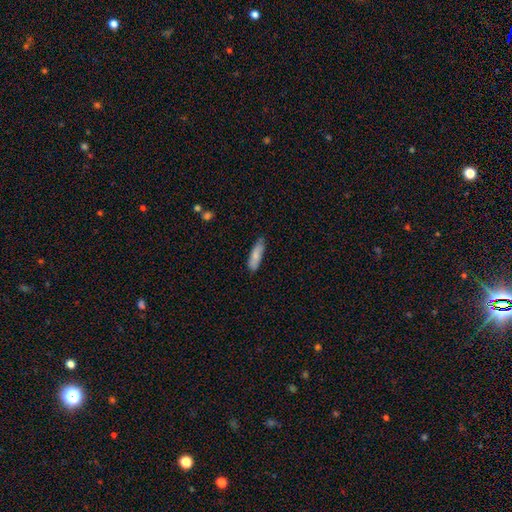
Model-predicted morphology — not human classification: Smooth or featured?
  - smooth: 82% *
  - featured or disk: 13%
  - star or artifact: 6%
How rounded?
  - cigar-shaped: 53% *
  - in between: 45%
  - round: 2%
Merging?
  - none: 76% *
  - minor disturbance: 19%
  - major disturbance: 3%
  - merger: 2%